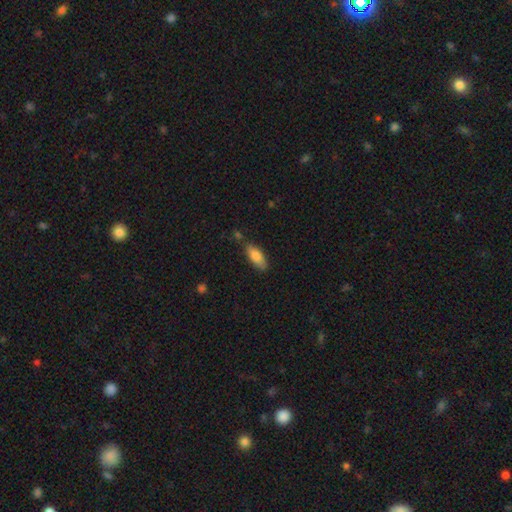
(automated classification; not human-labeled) This appears to be a smooth galaxy with no disk features (82%) that is in between round and cigar-shaped (75%). Merging: none (75%).